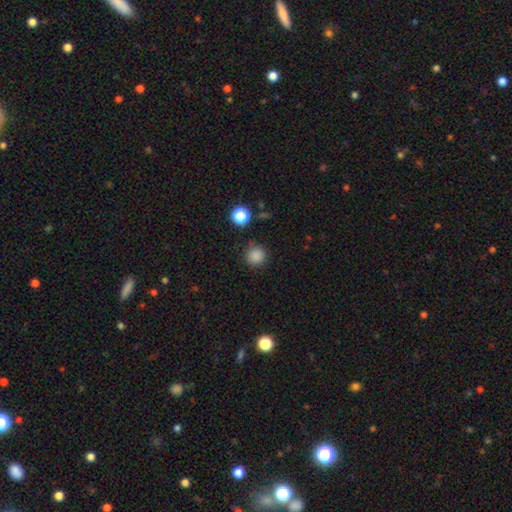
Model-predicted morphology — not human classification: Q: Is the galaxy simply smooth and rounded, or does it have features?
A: smooth — 84%.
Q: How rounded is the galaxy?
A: round — 93%.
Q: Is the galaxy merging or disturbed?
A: none — 85%.